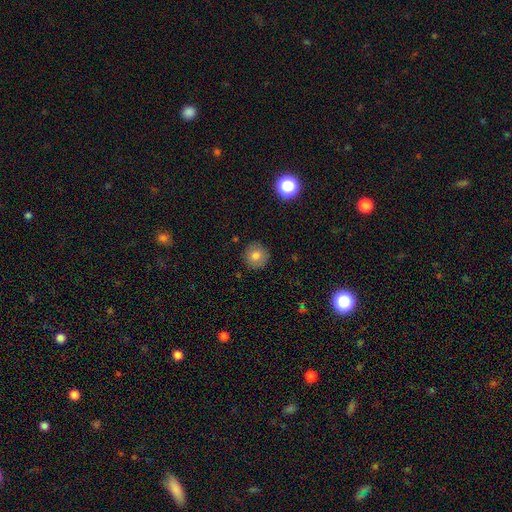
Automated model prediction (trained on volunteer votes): This appears to be a smooth galaxy with no disk features (78%) that is round (94%). Merging: none (90%).